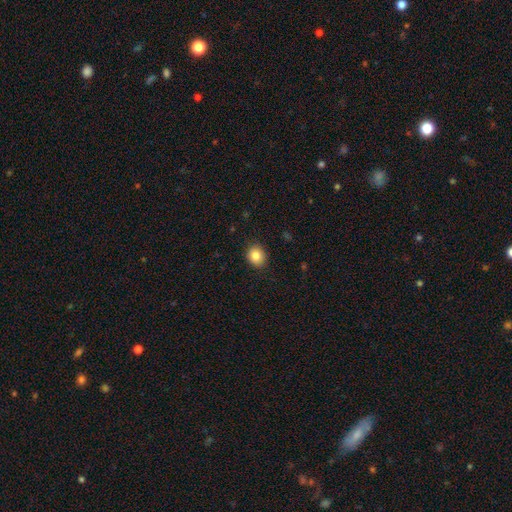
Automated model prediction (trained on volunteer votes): smooth-or-featured: smooth: 84% | star or artifact: 10% | featured or disk: 6%
  how-rounded: round: 73% | in between: 26% | cigar-shaped: 1%
  merging: none: 89% | minor disturbance: 8% | major disturbance: 2% | merger: 1%